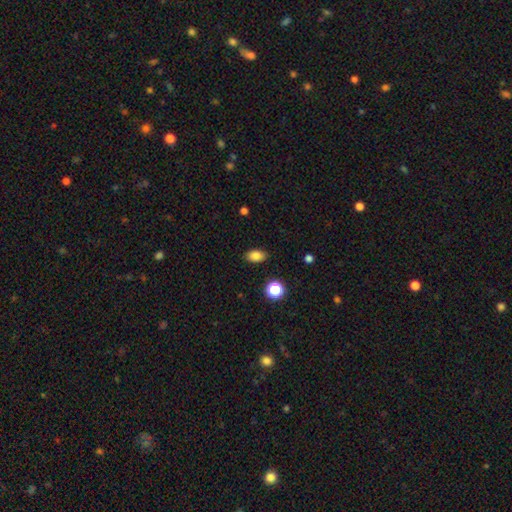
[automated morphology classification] Smooth or featured? smooth (84%)
How rounded? in between (87%)
Merging? none (88%)